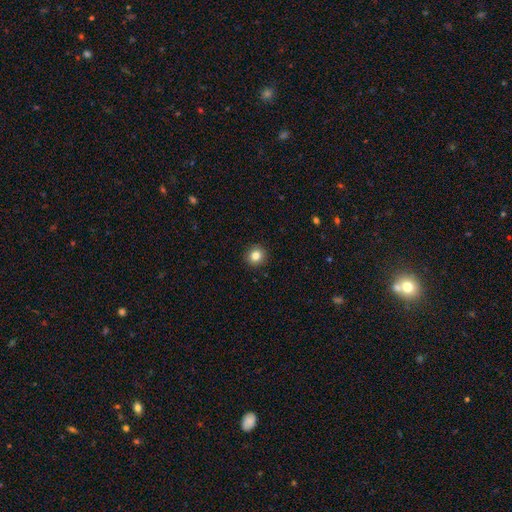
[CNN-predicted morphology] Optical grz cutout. It shows a smooth galaxy with no disk features (83%) that is round (93%). Merging: none (93%).